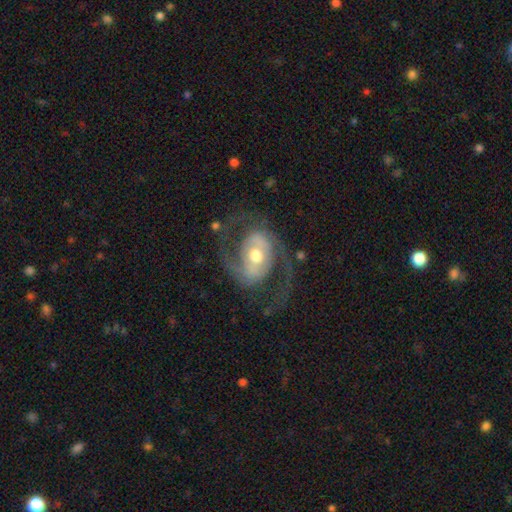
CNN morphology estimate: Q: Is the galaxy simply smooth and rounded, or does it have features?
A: featured or disk — 87%.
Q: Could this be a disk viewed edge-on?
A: no — 97%.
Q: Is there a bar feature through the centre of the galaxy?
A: weak — 38%, tied with no.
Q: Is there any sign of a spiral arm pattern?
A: yes — 93%.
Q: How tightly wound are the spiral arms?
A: medium — 55%.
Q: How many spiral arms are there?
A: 2 — 91%.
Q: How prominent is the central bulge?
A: moderate — 71%.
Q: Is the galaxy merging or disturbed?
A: none — 70%.